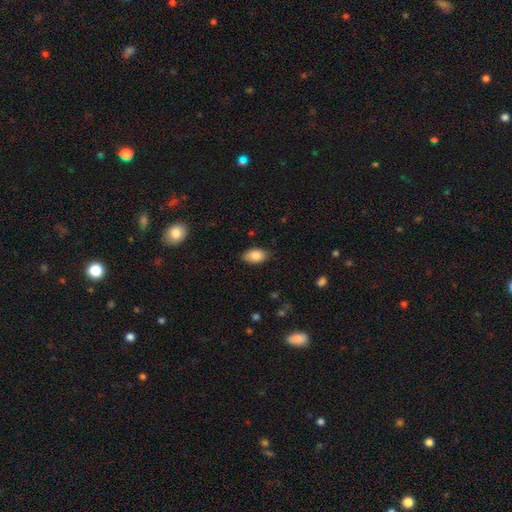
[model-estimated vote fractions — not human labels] Smooth or featured? smooth (84%)
How rounded? in between (93%)
Merging? none (84%)